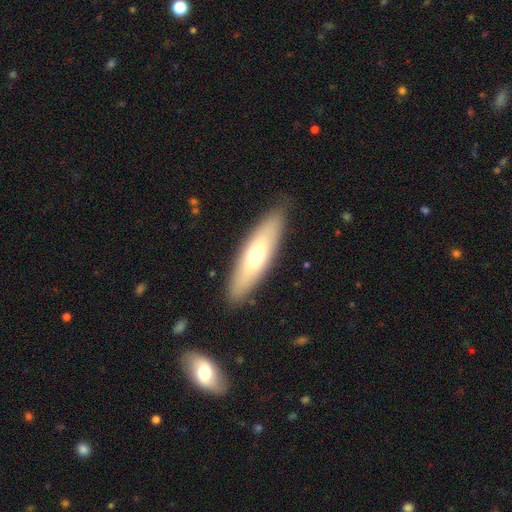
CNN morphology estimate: Smooth or featured? Predicted: smooth (p=0.58). How rounded? Predicted: cigar-shaped (p=0.56). Merging? Predicted: none (p=0.87).